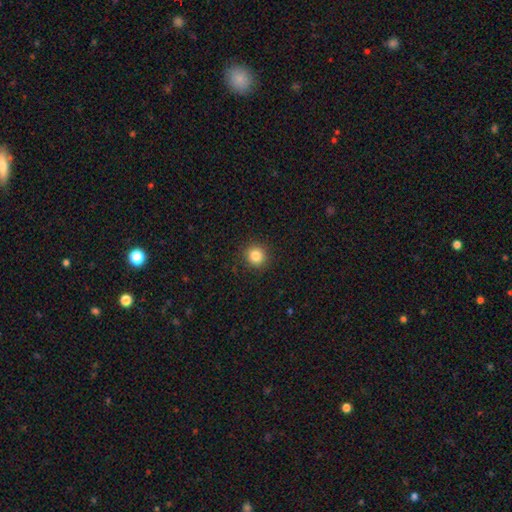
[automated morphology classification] This is clearly a smooth galaxy (84%). How rounded: clearly round (93%). Merging: clearly none (91%).